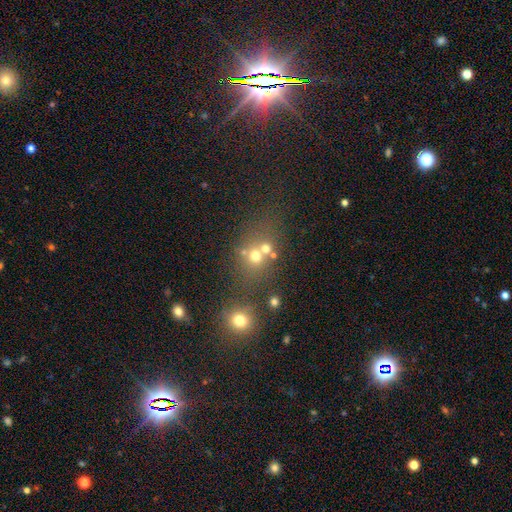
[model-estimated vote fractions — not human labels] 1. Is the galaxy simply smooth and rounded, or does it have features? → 61% smooth, 22% star or artifact, 16% featured or disk.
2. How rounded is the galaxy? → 75% round, 24% in between, 1% cigar-shaped.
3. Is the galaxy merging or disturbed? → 47% none, 38% merger, 9% minor disturbance, 6% major disturbance.